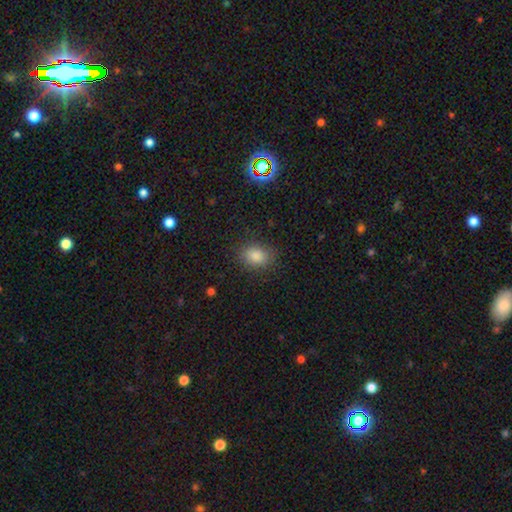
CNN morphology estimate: This appears to be a smooth galaxy with no disk features (79%) that is in between round and cigar-shaped (70%). Merging: none (84%).